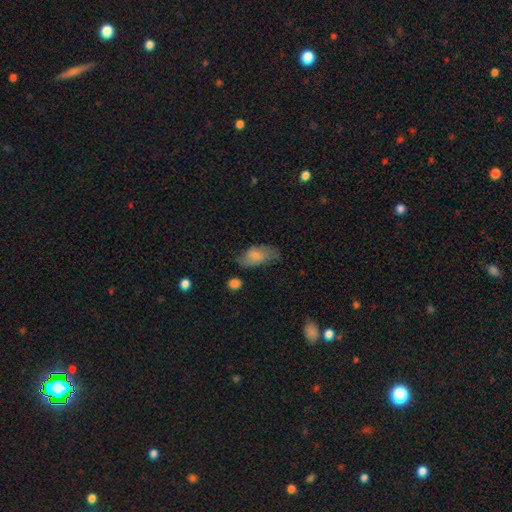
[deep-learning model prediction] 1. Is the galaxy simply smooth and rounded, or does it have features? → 69% smooth, 24% featured or disk, 7% star or artifact.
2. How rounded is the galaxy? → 92% in between, 4% cigar-shaped, 4% round.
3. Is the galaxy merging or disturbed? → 54% none, 32% minor disturbance, 12% major disturbance, 3% merger.